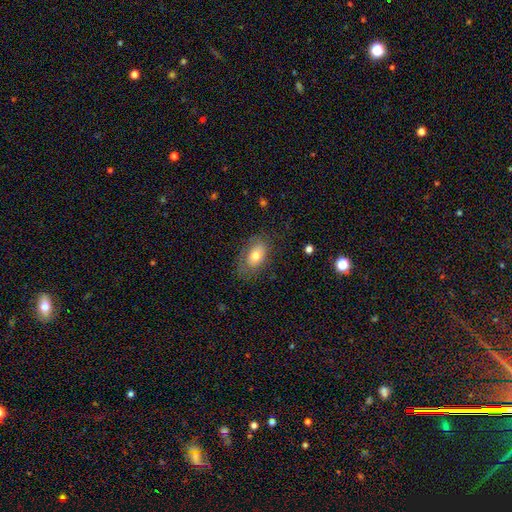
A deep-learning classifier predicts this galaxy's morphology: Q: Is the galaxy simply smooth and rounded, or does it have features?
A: smooth — 69%.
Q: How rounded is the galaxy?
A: in between — 89%.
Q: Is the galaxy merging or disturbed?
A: none — 70%.